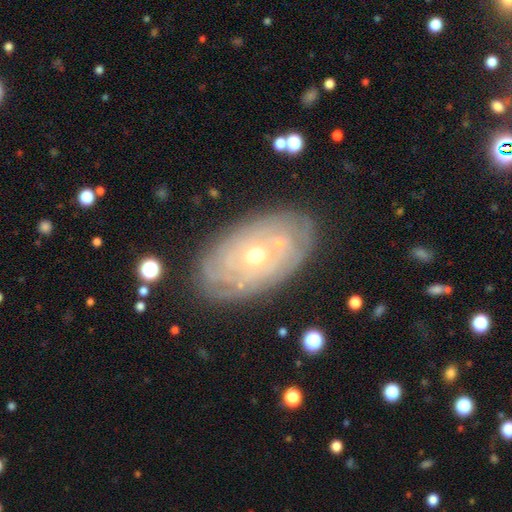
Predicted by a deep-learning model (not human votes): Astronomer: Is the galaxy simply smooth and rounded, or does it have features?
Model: featured or disk — 76%.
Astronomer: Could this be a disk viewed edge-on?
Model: no — 93%.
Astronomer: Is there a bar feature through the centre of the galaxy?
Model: no — 83%.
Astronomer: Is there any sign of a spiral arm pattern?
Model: yes — 81%.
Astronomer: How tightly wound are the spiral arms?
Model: tight — 83%.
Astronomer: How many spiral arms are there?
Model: can't tell — 55%.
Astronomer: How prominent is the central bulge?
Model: moderate — 50% (runner-up: small, 47%).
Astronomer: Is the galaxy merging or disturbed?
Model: none — 78%.